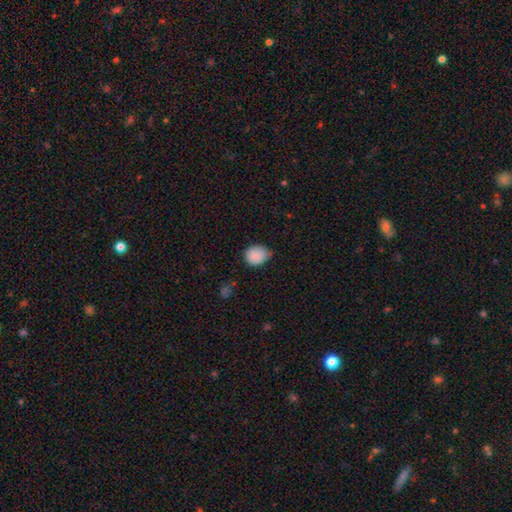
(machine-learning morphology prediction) A smooth galaxy with no disk features (88%) that is round (61%).

Vote fractions:
- Smooth or featured? smooth: 88% / star or artifact: 8% / featured or disk: 4%
- How rounded? round: 61% / in between: 38% / cigar-shaped: 1%
- Merging? none: 58% / minor disturbance: 35% / major disturbance: 5% / merger: 2%